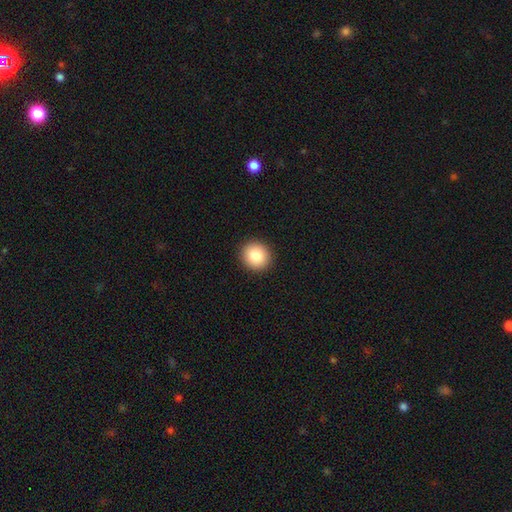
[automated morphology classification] A smooth galaxy with no disk features (86%) that is round (86%).

Vote fractions:
- Smooth or featured? smooth: 86% / star or artifact: 8% / featured or disk: 6%
- How rounded? round: 86% / in between: 13% / cigar-shaped: 1%
- Merging? none: 92% / minor disturbance: 5% / major disturbance: 2% / merger: 1%